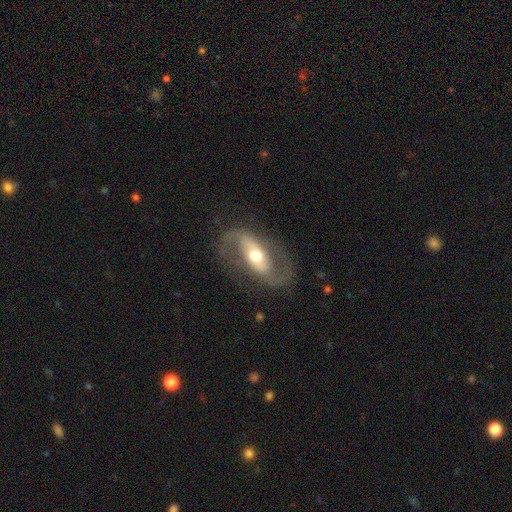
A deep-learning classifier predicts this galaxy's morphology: Smooth or featured? Predicted: featured or disk (p=0.81). Edge-on disk? Predicted: no (p=0.92). Bar? Predicted: no (p=0.36). Spiral arms? Predicted: yes (p=0.85). Spiral winding? Predicted: medium (p=0.43). Spiral arm count? Predicted: 2 (p=0.90). Bulge size? Predicted: moderate (p=0.69). Merging? Predicted: none (p=0.73).